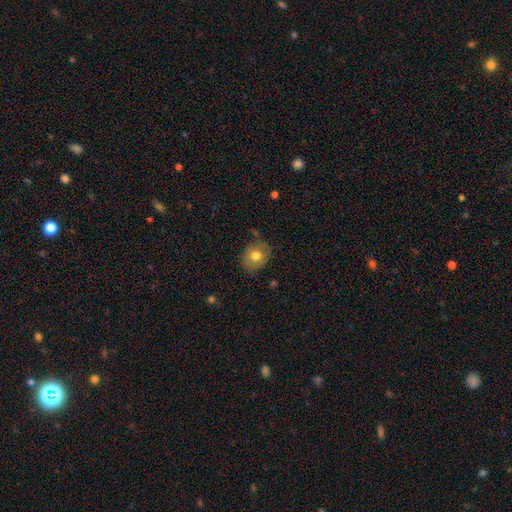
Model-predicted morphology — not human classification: Smooth or featured? smooth (73%)
How rounded? round (55%)
Merging? none (77%)